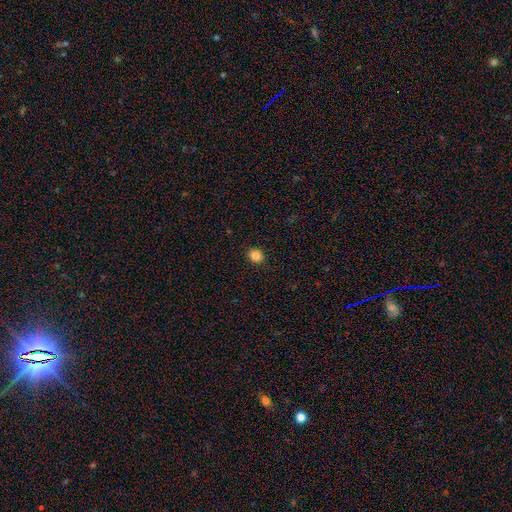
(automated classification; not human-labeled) Q: Smooth or featured?
A: smooth (85%); runner-up: star or artifact (11%)
Q: How rounded?
A: round (76%); runner-up: in between (23%)
Q: Merging?
A: none (91%); runner-up: minor disturbance (6%)